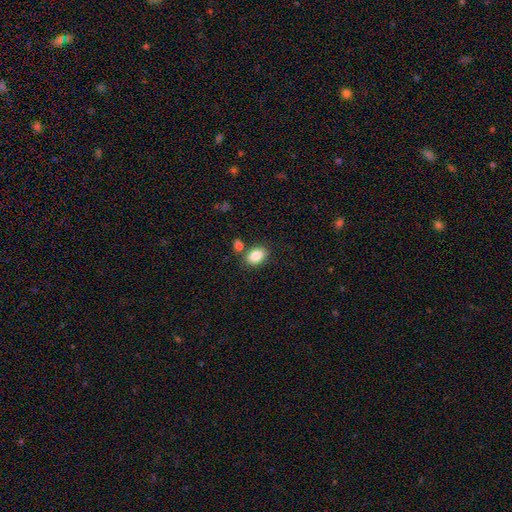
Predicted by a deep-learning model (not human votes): This appears to be a smooth galaxy with no disk features (86%) that is in between round and cigar-shaped (81%). Merging: none (73%).